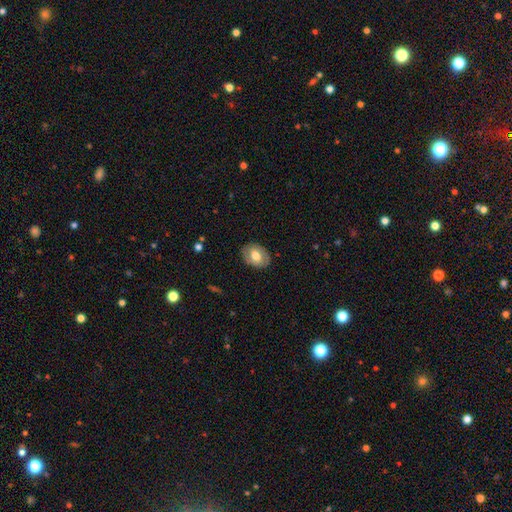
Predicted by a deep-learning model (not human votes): A smooth galaxy with no disk features (59%) that is in between round and cigar-shaped (74%). Merging: none (83%).